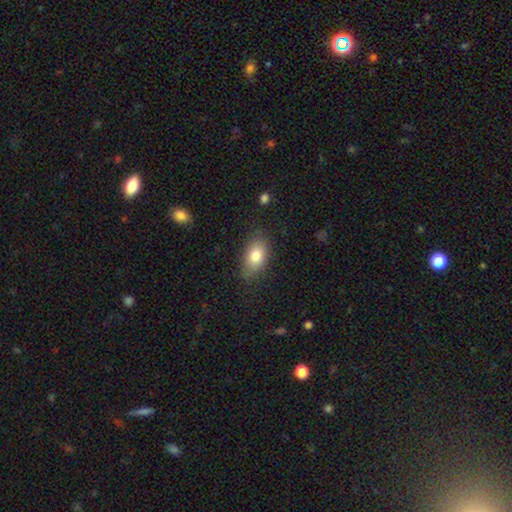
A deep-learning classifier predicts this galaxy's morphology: Smooth or featured: smooth — 80% (featured or disk — 12%)
How rounded: in between — 88% (round — 10%)
Merging: none — 78% (minor disturbance — 17%)